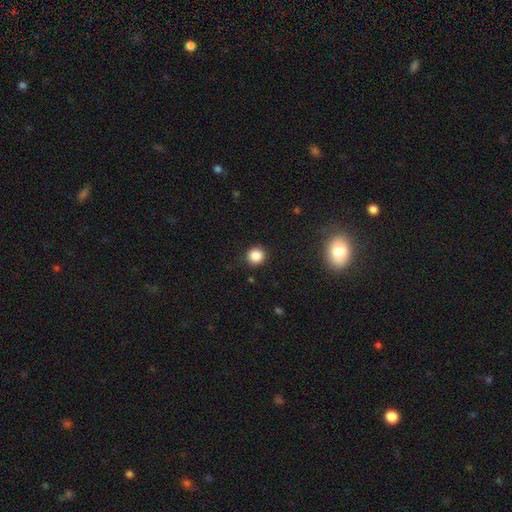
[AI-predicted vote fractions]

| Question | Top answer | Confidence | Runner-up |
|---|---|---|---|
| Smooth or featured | smooth | 85% | star or artifact (11%) |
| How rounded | round | 93% | in between (6%) |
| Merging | none | 91% | minor disturbance (6%) |